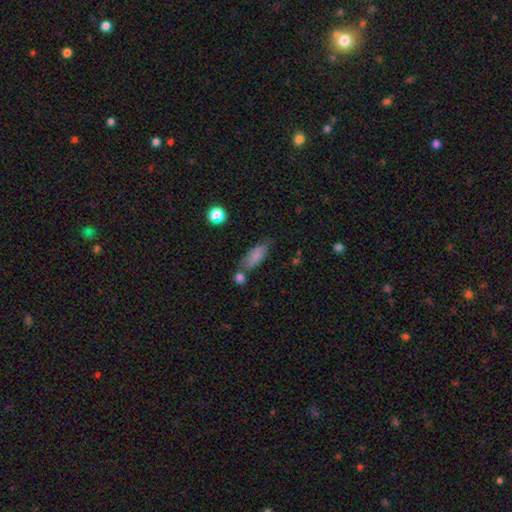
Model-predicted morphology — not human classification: Smooth or featured? Predicted: smooth (p=0.81). How rounded? Predicted: in between (p=0.71). Merging? Predicted: none (p=0.62).